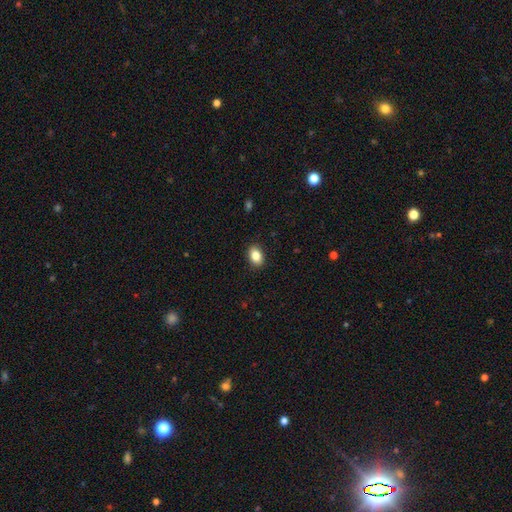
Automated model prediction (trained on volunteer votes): Smooth or featured?
  - smooth: 85% *
  - star or artifact: 8%
  - featured or disk: 6%
How rounded?
  - in between: 82% *
  - round: 16%
  - cigar-shaped: 1%
Merging?
  - none: 89% *
  - minor disturbance: 8%
  - major disturbance: 2%
  - merger: 1%